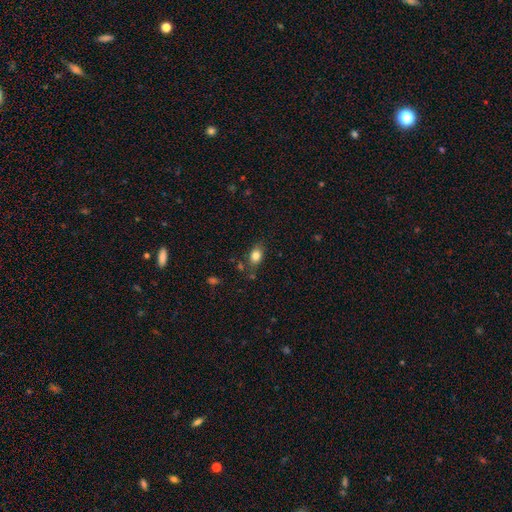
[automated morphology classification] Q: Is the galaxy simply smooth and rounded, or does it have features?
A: smooth — 83%.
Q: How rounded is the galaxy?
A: in between — 74%.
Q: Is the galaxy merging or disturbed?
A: none — 76%.